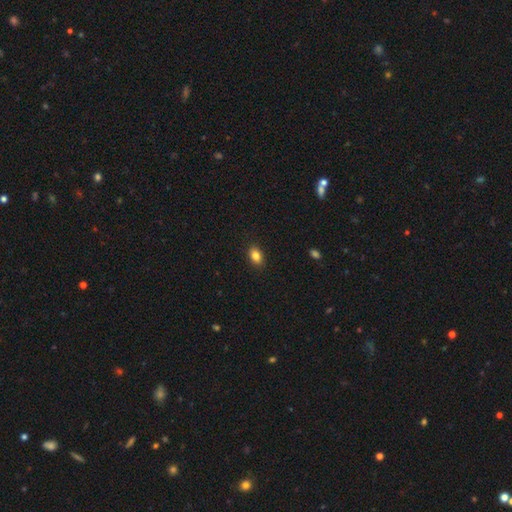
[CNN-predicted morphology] smooth 85%, star or artifact 9%, featured or disk 6%. Down the decision tree: how rounded — in between (84%); merging — none (89%).